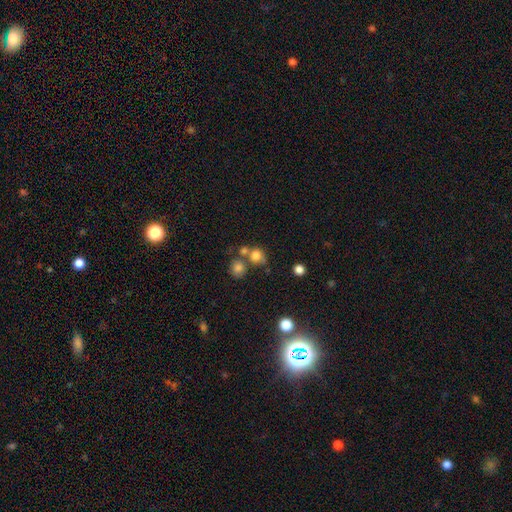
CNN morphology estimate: Smooth or featured? smooth (77%)
How rounded? round (81%)
Merging? none (50%)